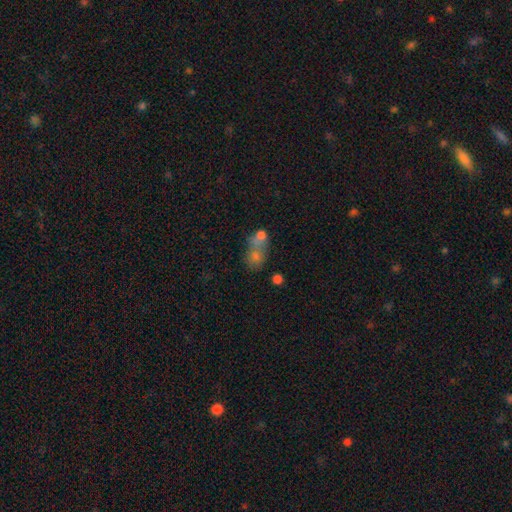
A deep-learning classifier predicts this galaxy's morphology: This is likely a smooth galaxy (64%). How rounded: possibly round (57%). Merging: possibly merger (58%).